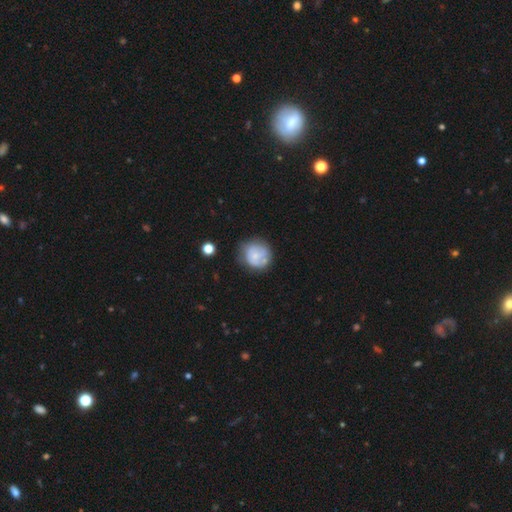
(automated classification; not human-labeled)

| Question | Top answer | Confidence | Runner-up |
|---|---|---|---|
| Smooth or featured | smooth | 51% | featured or disk (41%) |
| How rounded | round | 84% | in between (15%) |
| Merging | none | 58% | minor disturbance (26%) |